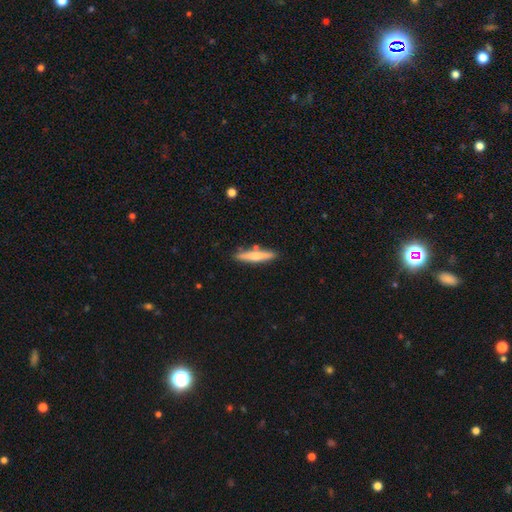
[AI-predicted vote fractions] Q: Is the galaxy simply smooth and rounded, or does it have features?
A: smooth — 62%.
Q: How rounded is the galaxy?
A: cigar-shaped — 90%.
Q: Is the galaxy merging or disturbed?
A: none — 83%.